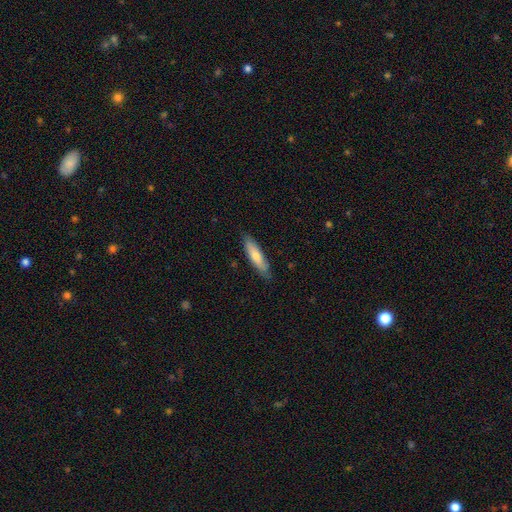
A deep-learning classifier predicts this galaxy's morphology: smooth-or-featured: smooth: 68% | featured or disk: 26% | star or artifact: 5%
  how-rounded: cigar-shaped: 71% | in between: 28% | round: 1%
  merging: none: 81% | minor disturbance: 15% | major disturbance: 2% | merger: 1%